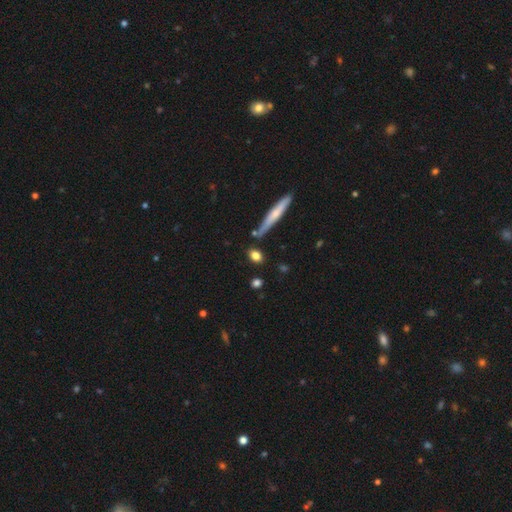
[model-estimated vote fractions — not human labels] smooth 80%, featured or disk 12%, star or artifact 8%. Down the decision tree: how rounded — in between (57%); merging — none (78%).